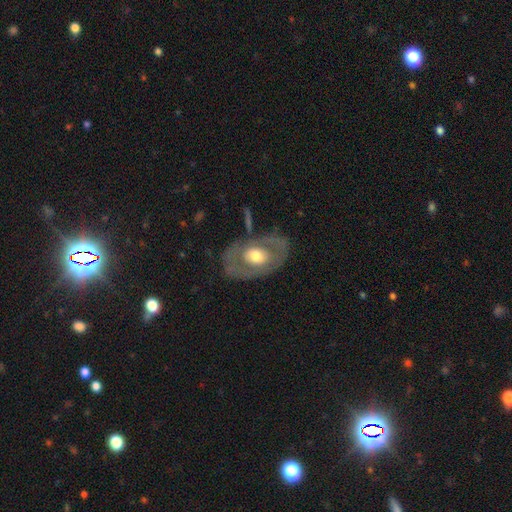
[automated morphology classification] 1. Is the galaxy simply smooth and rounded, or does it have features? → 57% featured or disk, 37% smooth, 5% star or artifact.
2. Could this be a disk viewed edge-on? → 90% no, 10% yes.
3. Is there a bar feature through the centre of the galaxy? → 79% no, 16% weak, 5% strong.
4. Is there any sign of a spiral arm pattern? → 78% no, 22% yes.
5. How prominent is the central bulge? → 64% moderate, 24% large, 10% small, 2% dominant, 1% none.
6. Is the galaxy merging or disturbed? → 74% none, 15% minor disturbance, 8% major disturbance, 3% merger.